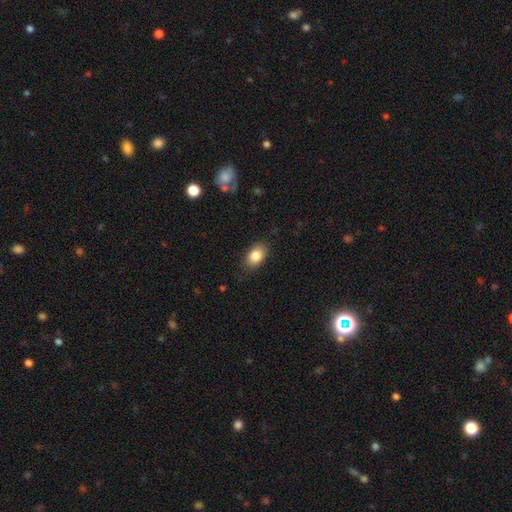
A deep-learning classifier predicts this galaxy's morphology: A smooth galaxy with no disk features (85%) that is in between round and cigar-shaped (86%).

Vote fractions:
- Smooth or featured? smooth: 85% / star or artifact: 8% / featured or disk: 7%
- How rounded? in between: 86% / round: 12% / cigar-shaped: 2%
- Merging? none: 83% / minor disturbance: 13% / major disturbance: 3% / merger: 1%